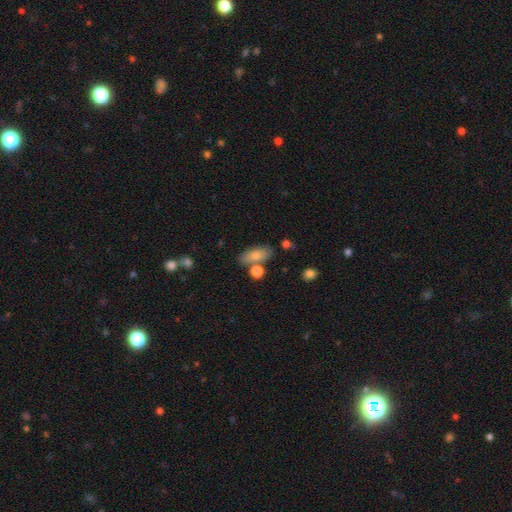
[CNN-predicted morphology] Smooth or featured?
  - smooth: 76% *
  - featured or disk: 16%
  - star or artifact: 8%
How rounded?
  - in between: 80% *
  - cigar-shaped: 15%
  - round: 5%
Merging?
  - none: 70% *
  - minor disturbance: 13%
  - merger: 13%
  - major disturbance: 4%